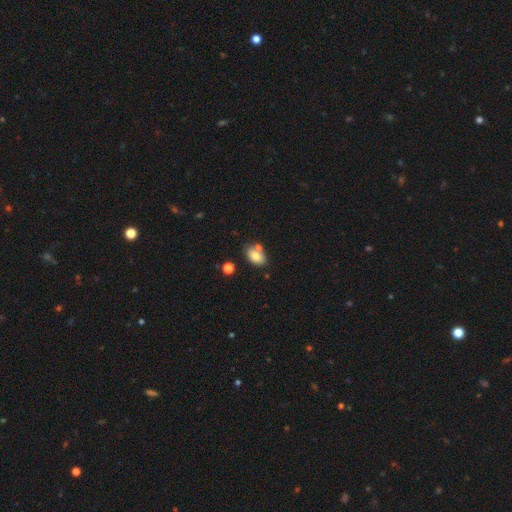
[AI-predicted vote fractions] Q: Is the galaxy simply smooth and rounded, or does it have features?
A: smooth — 78%.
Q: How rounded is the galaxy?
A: in between — 86%.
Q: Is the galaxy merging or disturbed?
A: none — 57%.